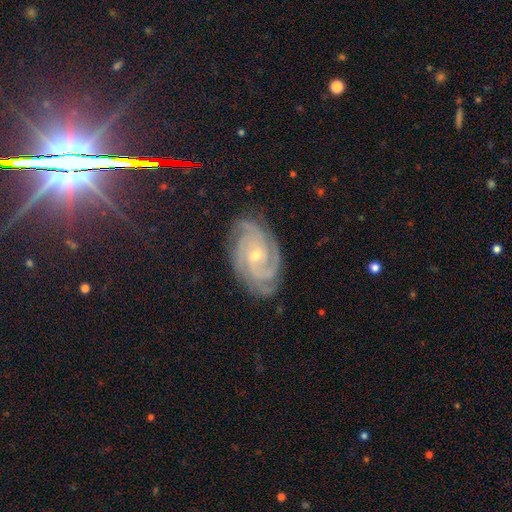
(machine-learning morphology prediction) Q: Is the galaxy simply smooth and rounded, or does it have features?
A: featured or disk — 89%.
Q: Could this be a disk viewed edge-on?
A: no — 97%.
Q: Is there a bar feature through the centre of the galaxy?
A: no — 66%.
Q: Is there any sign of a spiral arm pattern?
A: yes — 99%.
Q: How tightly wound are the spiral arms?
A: tight — 73%.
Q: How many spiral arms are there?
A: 3 — 35%.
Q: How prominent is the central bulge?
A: small — 69%.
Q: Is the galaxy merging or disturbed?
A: none — 80%.